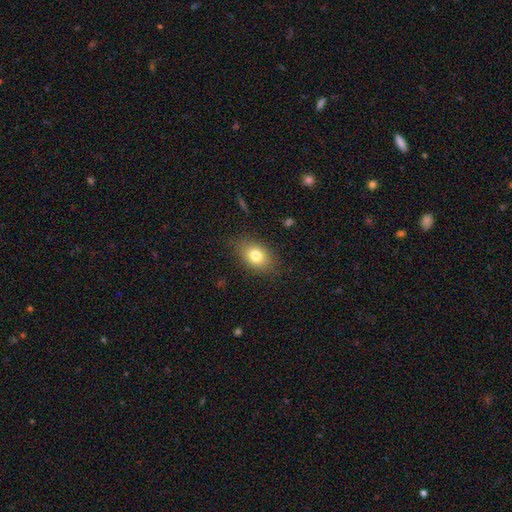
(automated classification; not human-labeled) Smooth or featured? smooth (79%)
How rounded? in between (76%)
Merging? none (81%)